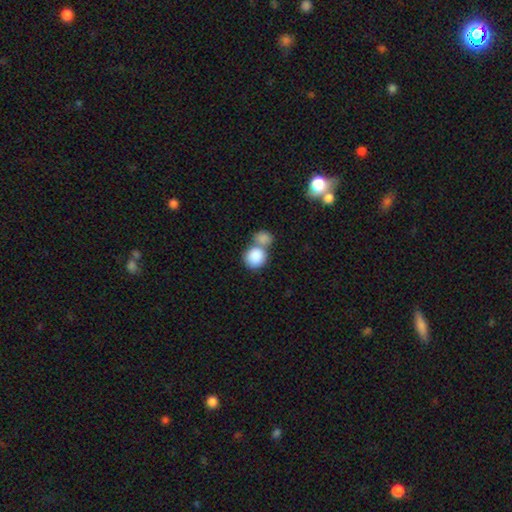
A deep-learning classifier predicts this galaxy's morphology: Smooth or featured? smooth (87%)
How rounded? round (80%)
Merging? merger (55%)